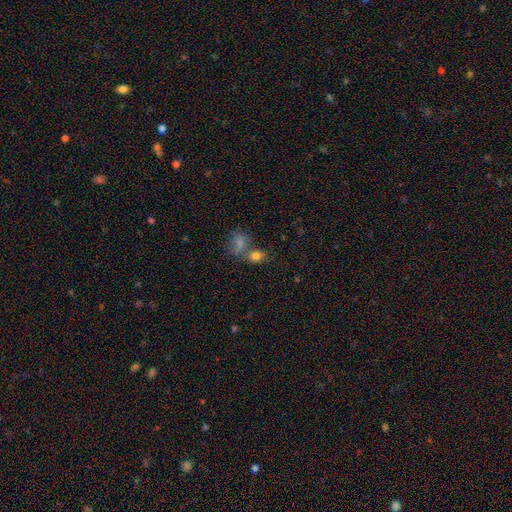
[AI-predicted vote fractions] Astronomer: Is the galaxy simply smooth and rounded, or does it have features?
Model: smooth — 77%.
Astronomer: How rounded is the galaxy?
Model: in between — 57% (runner-up: round, 41%).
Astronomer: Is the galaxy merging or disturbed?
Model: none — 46% (runner-up: merger, 36%).